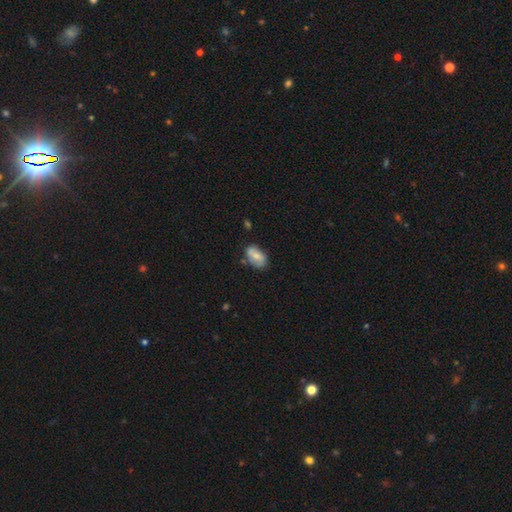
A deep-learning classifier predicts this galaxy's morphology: smooth 65%, featured or disk 27%, star or artifact 8%. Down the decision tree: how rounded — in between (89%); merging — none (62%).